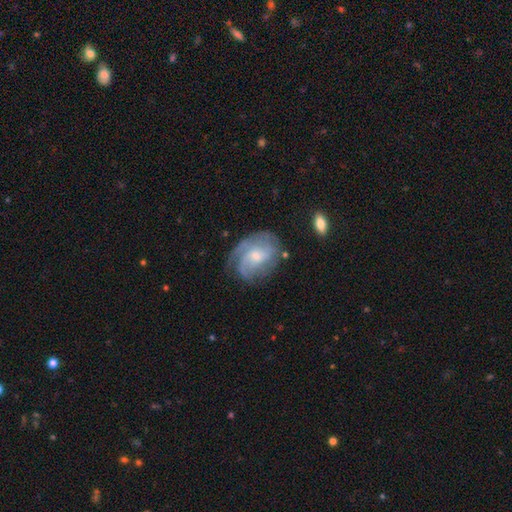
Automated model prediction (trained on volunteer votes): smooth-or-featured: featured or disk: 79% | smooth: 15% | star or artifact: 6%
  disk-edge-on: no: 97% | yes: 3%
    bar: no: 57% | weak: 37% | strong: 6%
    has-spiral-arms: yes: 93% | no: 7%
      spiral-winding: tight: 44% | medium: 39% | loose: 17%
      spiral-arm-count: can't tell: 31% | 3: 26% | 2: 22% | 1: 8% | 4: 8% | more than 4: 5%
    bulge-size: small: 50% | moderate: 41% | none: 4% | large: 3% | dominant: 1%
  merging: none: 61% | minor disturbance: 23% | major disturbance: 14% | merger: 2%